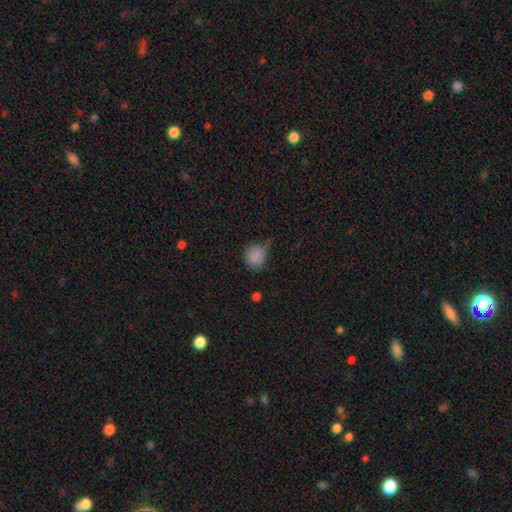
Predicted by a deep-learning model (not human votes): This appears to be a smooth galaxy with no disk features (82%) that is round (75%). Merging: none (44%).